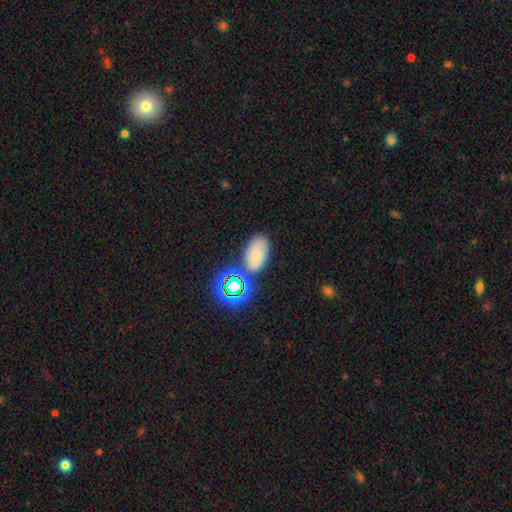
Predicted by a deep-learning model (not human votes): Smooth or featured? smooth (67%)
How rounded? in between (89%)
Merging? none (70%)